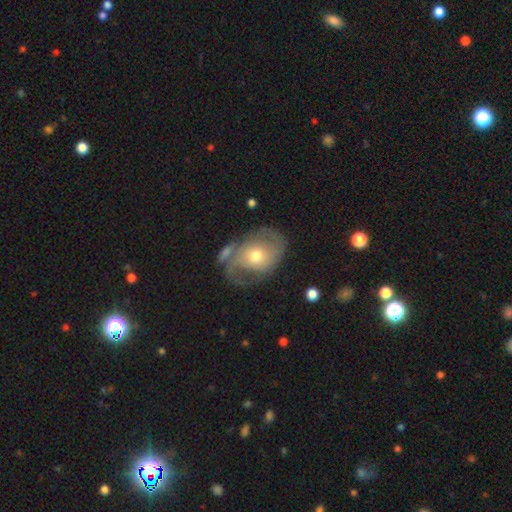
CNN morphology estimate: This appears to be a featured or disk galaxy (60%) with no bar (74%), spiral arms (68%) and a moderate central bulge (63%). Merging: none (48%).